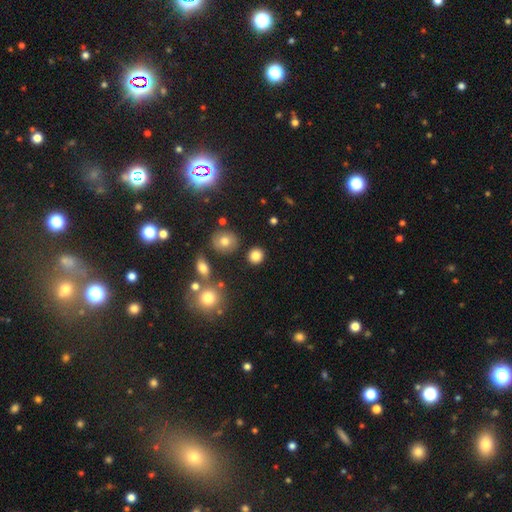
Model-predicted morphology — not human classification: A smooth galaxy with no disk features (83%) that is round (85%).

Vote fractions:
- Smooth or featured? smooth: 83% / star or artifact: 12% / featured or disk: 6%
- How rounded? round: 85% / in between: 14% / cigar-shaped: 1%
- Merging? none: 86% / minor disturbance: 7% / merger: 4% / major disturbance: 3%